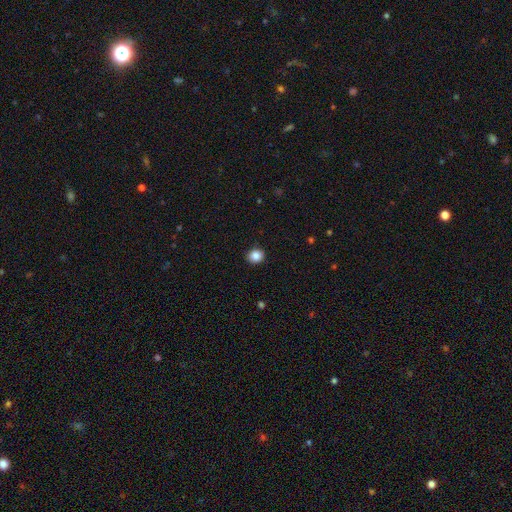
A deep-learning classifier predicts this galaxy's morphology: Smooth or featured? Predicted: smooth (p=0.87). How rounded? Predicted: round (p=0.76). Merging? Predicted: none (p=0.90).